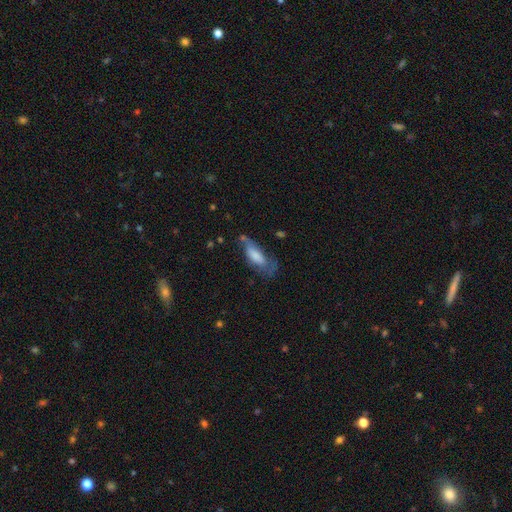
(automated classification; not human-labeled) The model was most divided on "merging": none: 37%, minor disturbance: 31%, major disturbance: 27%, merger: 5%. More confident: how rounded — in between (66%); smooth or featured — smooth (65%).